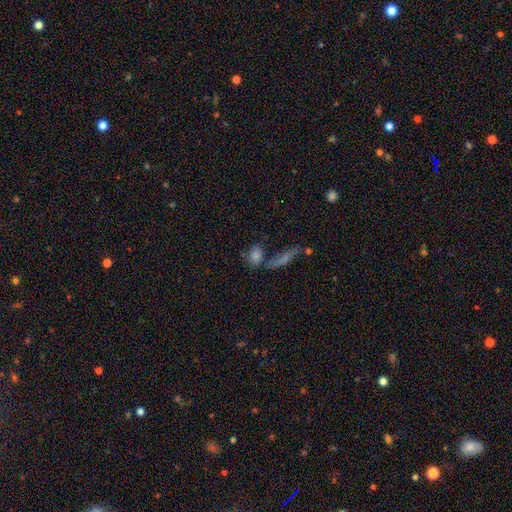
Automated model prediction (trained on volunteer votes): A smooth galaxy with no disk features (68%) that is in between round and cigar-shaped (71%).

Vote fractions:
- Smooth or featured? smooth: 68% / featured or disk: 17% / star or artifact: 15%
- How rounded? in between: 71% / round: 16% / cigar-shaped: 13%
- Merging? none: 48% / merger: 30% / minor disturbance: 14% / major disturbance: 8%